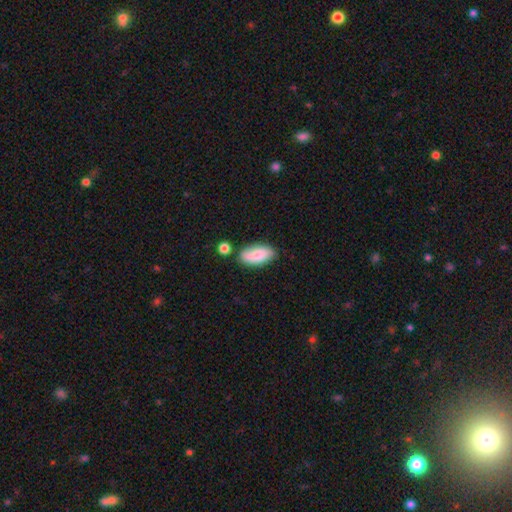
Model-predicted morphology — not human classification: smooth-or-featured: smooth: 75% | featured or disk: 18% | star or artifact: 7%
  how-rounded: in between: 88% | cigar-shaped: 9% | round: 3%
  merging: none: 67% | minor disturbance: 18% | merger: 10% | major disturbance: 4%